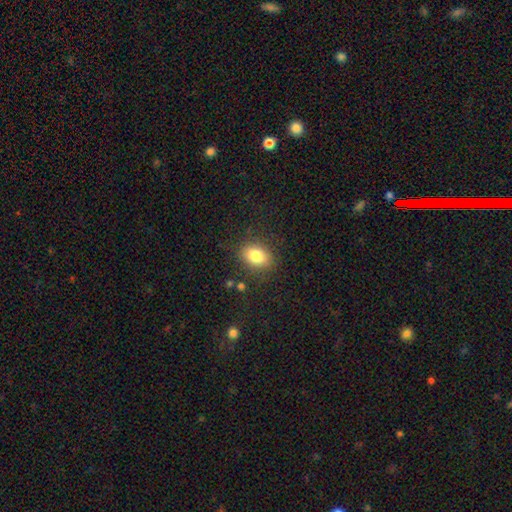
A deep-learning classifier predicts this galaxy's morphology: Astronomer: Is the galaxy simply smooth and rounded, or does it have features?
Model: smooth — 82%.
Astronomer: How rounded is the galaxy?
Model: in between — 74%.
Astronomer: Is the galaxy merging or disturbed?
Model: none — 83%.